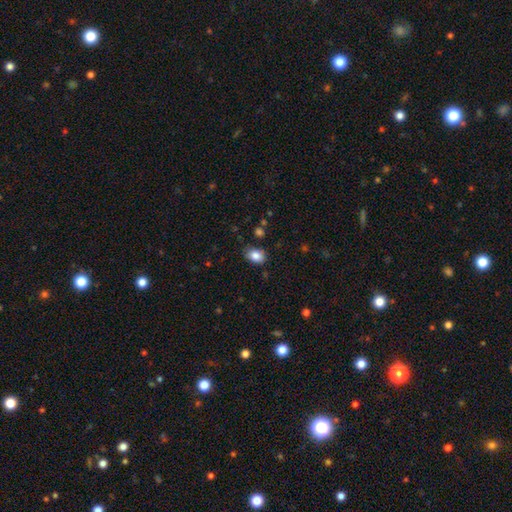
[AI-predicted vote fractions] Smooth or featured?
  - smooth: 85% *
  - star or artifact: 9%
  - featured or disk: 6%
How rounded?
  - in between: 73% *
  - round: 26%
  - cigar-shaped: 1%
Merging?
  - none: 80% *
  - minor disturbance: 15%
  - major disturbance: 3%
  - merger: 2%